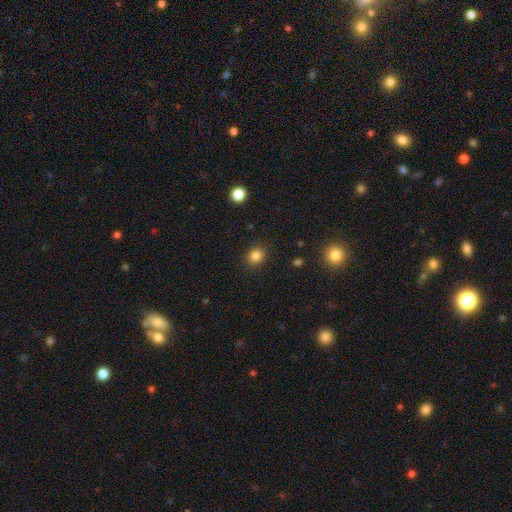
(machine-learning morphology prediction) smooth_or_featured: smooth (p=0.83) [alt: star or artifact p=0.12]
how_rounded: round (p=0.70) [alt: in between p=0.29]
merging: none (p=0.89) [alt: minor disturbance p=0.08]